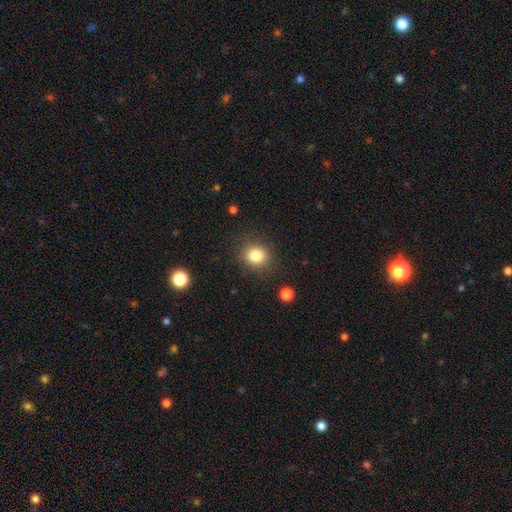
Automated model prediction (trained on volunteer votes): Smooth or featured: smooth — 82% (star or artifact — 11%)
How rounded: round — 81% (in between — 18%)
Merging: none — 86% (minor disturbance — 9%)